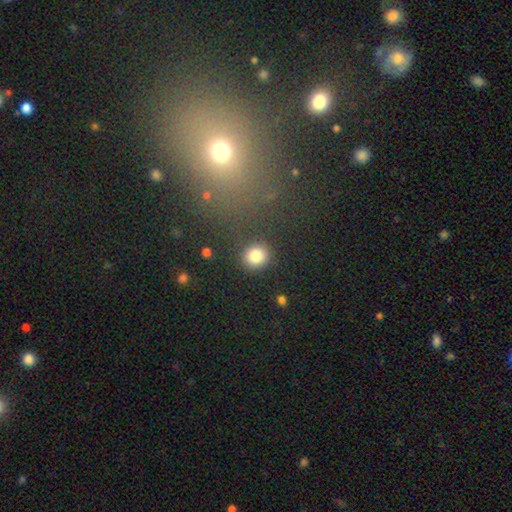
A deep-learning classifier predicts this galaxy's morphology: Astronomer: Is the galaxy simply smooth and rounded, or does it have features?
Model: smooth — 83%.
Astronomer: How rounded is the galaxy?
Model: round — 85%.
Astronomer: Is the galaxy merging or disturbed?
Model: none — 86%.